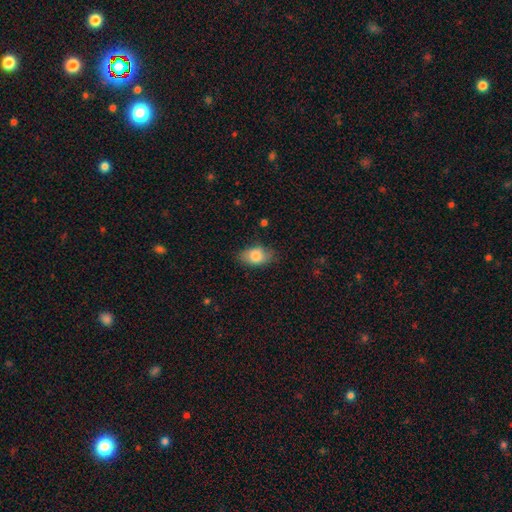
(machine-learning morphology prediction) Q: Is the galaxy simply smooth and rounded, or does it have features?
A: smooth — 81%.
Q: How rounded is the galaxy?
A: in between — 87%.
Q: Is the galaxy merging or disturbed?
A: none — 75%.